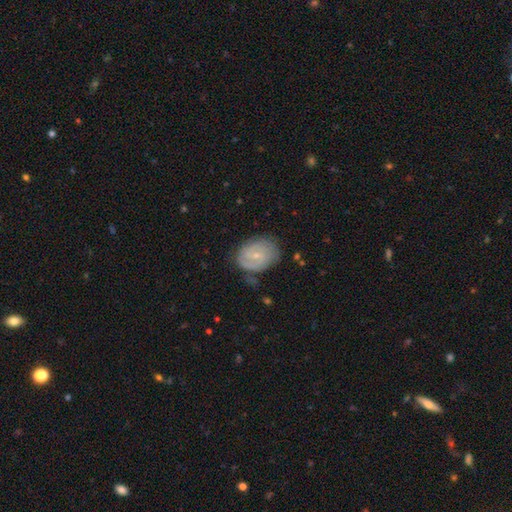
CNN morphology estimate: The model was most divided on "bar": no: 49%, weak: 43%, strong: 8%. Remaining: edge-on disk — no (97%); spiral arms — yes (91%); smooth or featured — featured or disk (74%); bulge size — small (73%); merging — none (71%); spiral winding — tight (61%); spiral arm count — 2 (46%).